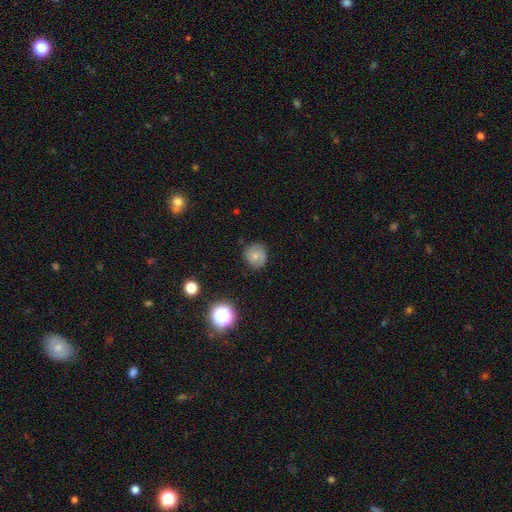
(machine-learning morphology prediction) The model was most divided on "smooth or featured": smooth: 55%, featured or disk: 33%, star or artifact: 12%. More confident: how rounded — round (88%); merging — none (79%).